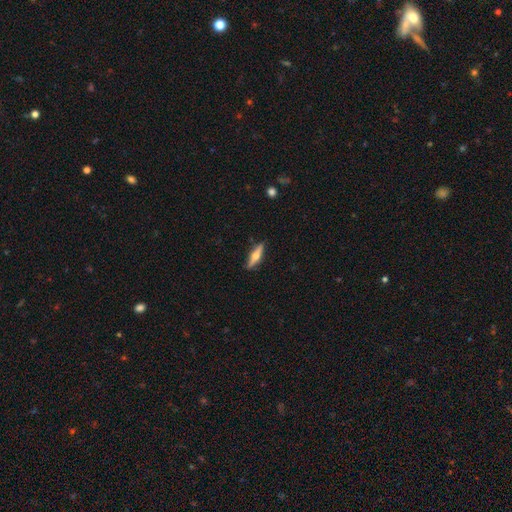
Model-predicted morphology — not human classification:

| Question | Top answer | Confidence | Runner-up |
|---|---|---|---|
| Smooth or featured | featured or disk | 58% | smooth (36%) |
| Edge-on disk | yes | 95% | no (5%) |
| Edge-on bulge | rounded | 93% | boxy (4%) |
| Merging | none | 87% | minor disturbance (10%) |